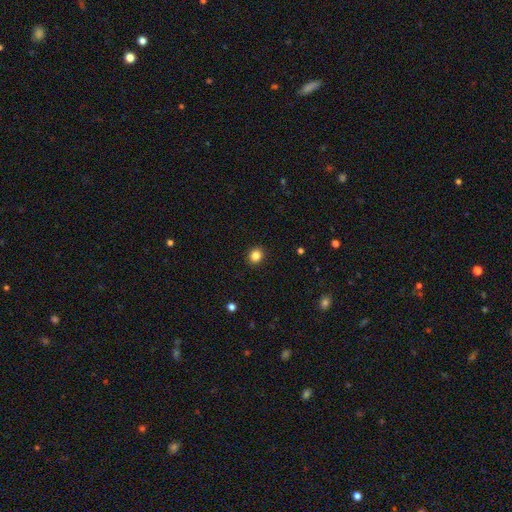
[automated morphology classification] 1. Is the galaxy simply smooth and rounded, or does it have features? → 84% smooth, 11% star or artifact, 4% featured or disk.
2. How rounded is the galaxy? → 81% round, 18% in between, 1% cigar-shaped.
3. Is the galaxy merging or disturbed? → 92% none, 5% minor disturbance, 2% major disturbance, 1% merger.